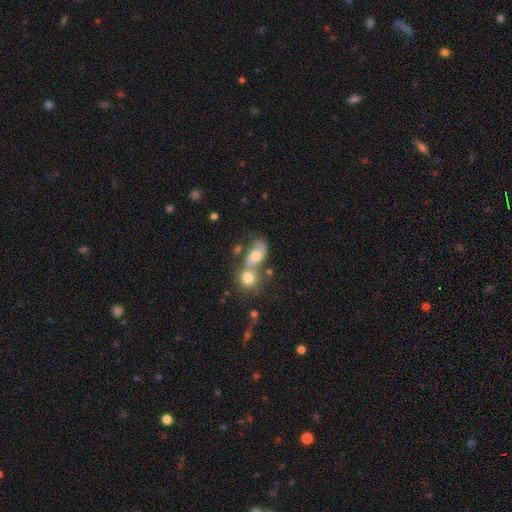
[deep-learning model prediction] Smooth or featured?
  - smooth: 47% *
  - featured or disk: 41%
  - star or artifact: 11%
Merging?
  - merger: 53% *
  - none: 26%
  - minor disturbance: 12%
  - major disturbance: 10%